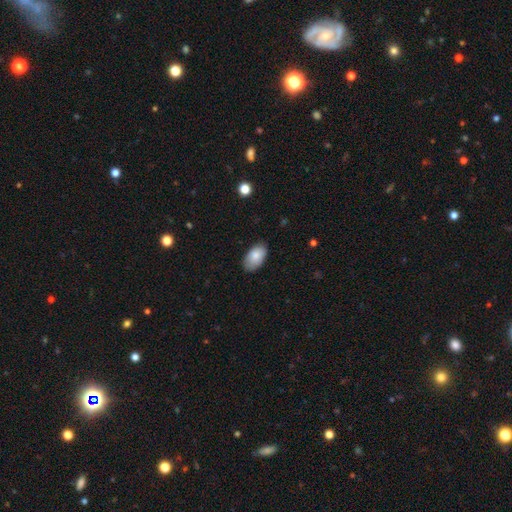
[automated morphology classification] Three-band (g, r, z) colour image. It shows a smooth galaxy with no disk features (85%) that is in between round and cigar-shaped (94%). Merging: none (81%).